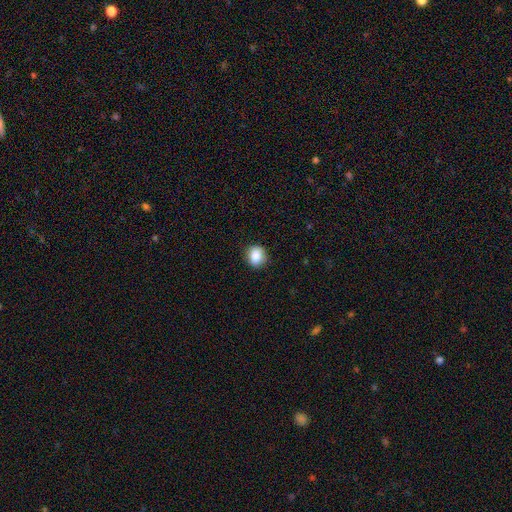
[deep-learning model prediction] Morphology: type=smooth (85%); roundness=round (76%); merging=none (87%).